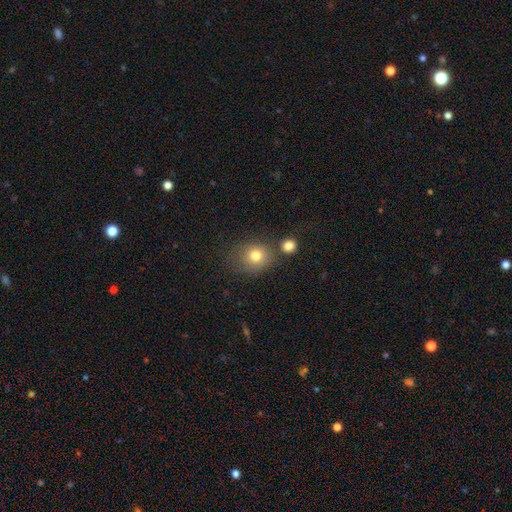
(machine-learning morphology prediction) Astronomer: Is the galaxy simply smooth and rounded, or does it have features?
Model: smooth — 77%.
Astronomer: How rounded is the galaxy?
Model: round — 70%.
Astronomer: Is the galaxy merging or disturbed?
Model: none — 60%.